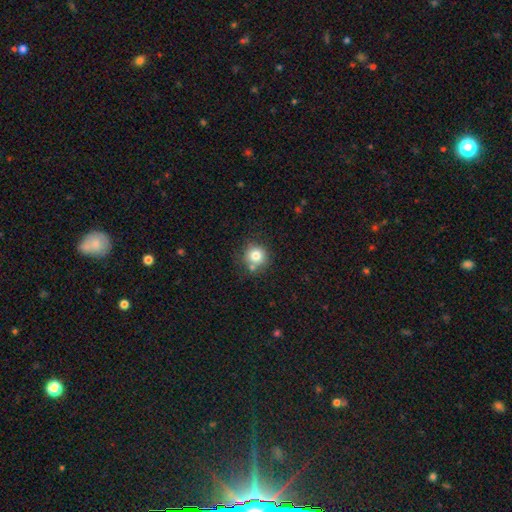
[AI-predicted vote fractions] A smooth galaxy with no disk features (79%) that is round (91%).

Vote fractions:
- Smooth or featured? smooth: 79% / star or artifact: 12% / featured or disk: 10%
- How rounded? round: 91% / in between: 8% / cigar-shaped: 1%
- Merging? none: 70% / merger: 14% / minor disturbance: 13% / major disturbance: 4%